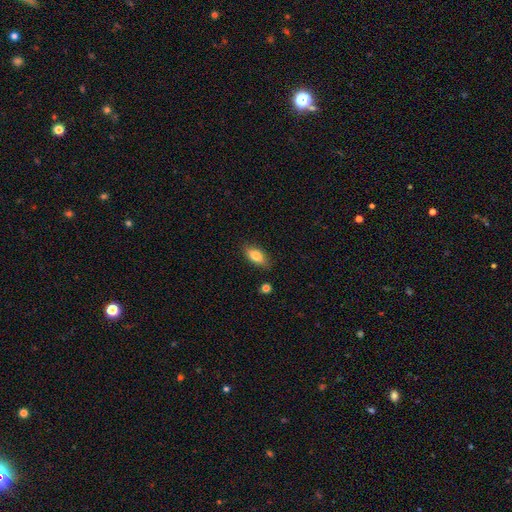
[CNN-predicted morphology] Smooth or featured?
  - smooth: 80% *
  - featured or disk: 12%
  - star or artifact: 7%
How rounded?
  - in between: 86% *
  - cigar-shaped: 10%
  - round: 4%
Merging?
  - none: 83% *
  - minor disturbance: 13%
  - major disturbance: 3%
  - merger: 2%